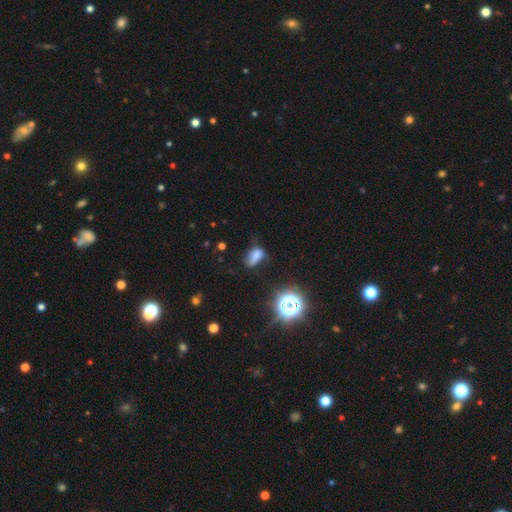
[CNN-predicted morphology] Smooth or featured: smooth — 65% (star or artifact — 20%)
How rounded: in between — 83% (round — 10%)
Merging: none — 38% (minor disturbance — 35%)